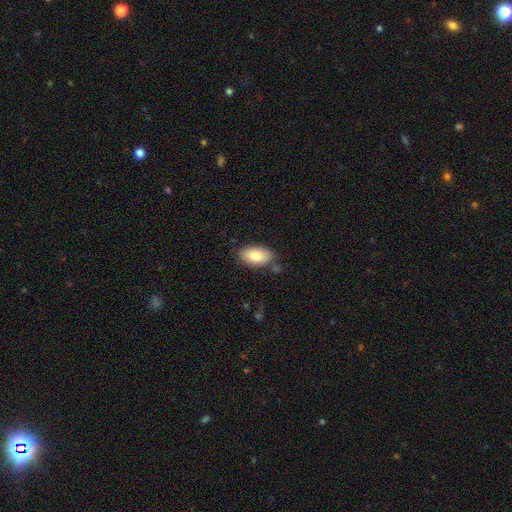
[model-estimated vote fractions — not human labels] Smooth or featured: smooth — 84% (featured or disk — 10%)
How rounded: in between — 94% (round — 4%)
Merging: none — 78% (minor disturbance — 16%)